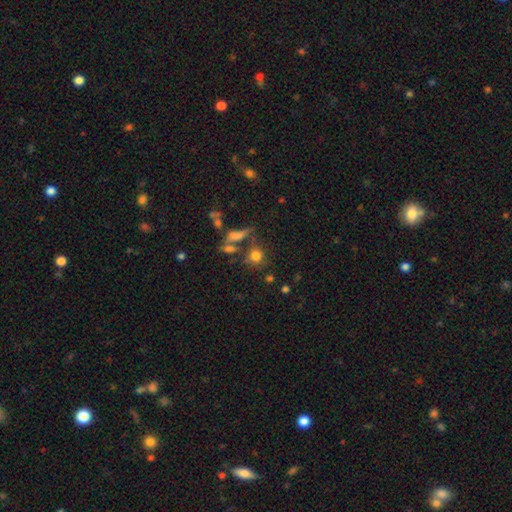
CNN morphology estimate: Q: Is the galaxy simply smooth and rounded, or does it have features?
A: smooth — 74%.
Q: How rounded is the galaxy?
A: round — 80%.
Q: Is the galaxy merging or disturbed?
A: none — 59%.